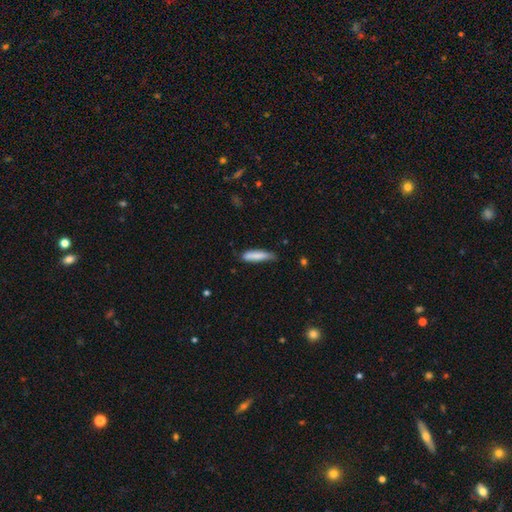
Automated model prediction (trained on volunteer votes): Smooth or featured? smooth (83%)
How rounded? cigar-shaped (79%)
Merging? none (62%)